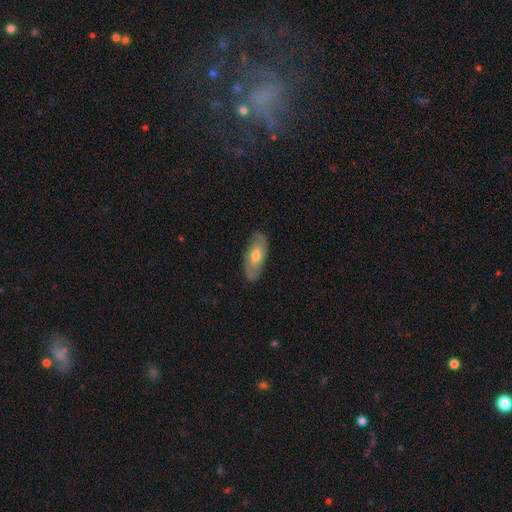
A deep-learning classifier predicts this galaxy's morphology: The model was most divided on "bar": no: 60%, weak: 32%, strong: 8%. More confident: edge-on disk — no (87%); merging — none (84%); spiral arms — yes (80%); bulge size — moderate (69%); smooth or featured — featured or disk (64%).